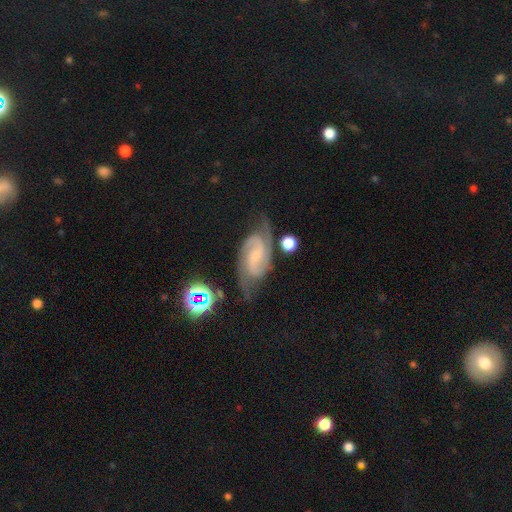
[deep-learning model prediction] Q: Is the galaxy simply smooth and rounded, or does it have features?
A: featured or disk — 85%.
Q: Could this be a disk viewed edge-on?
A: no — 96%.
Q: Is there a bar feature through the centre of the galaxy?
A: weak — 48%.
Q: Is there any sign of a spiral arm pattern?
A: yes — 98%.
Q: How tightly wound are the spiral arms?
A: medium — 51%.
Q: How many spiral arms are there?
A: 2 — 82%.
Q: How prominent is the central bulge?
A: small — 58%.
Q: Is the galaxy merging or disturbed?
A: none — 65%.